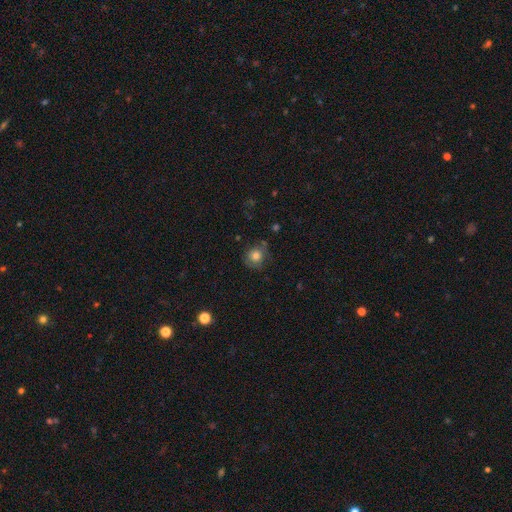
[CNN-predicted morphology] The model was most divided on "merging": none: 73%, minor disturbance: 18%, major disturbance: 5%, merger: 3%. More confident: how rounded — round (88%); smooth or featured — smooth (75%).